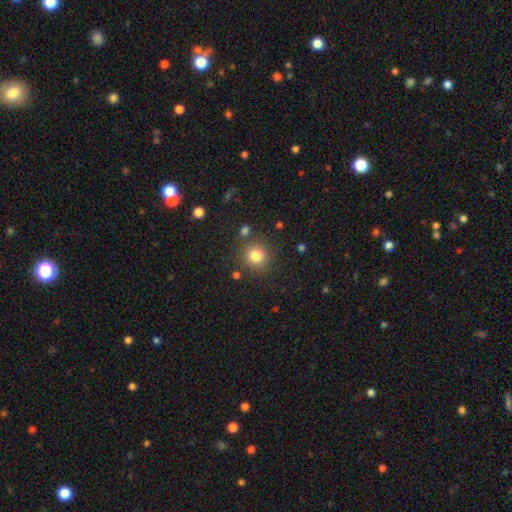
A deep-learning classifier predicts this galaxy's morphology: This appears to be a smooth galaxy with no disk features (81%) that is round (92%). Merging: none (84%).